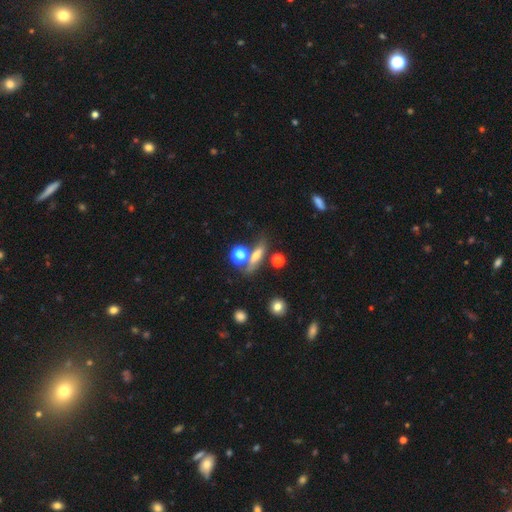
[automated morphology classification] A smooth galaxy with no disk features (54%) that is cigar-shaped (50%). Merging: none (61%).